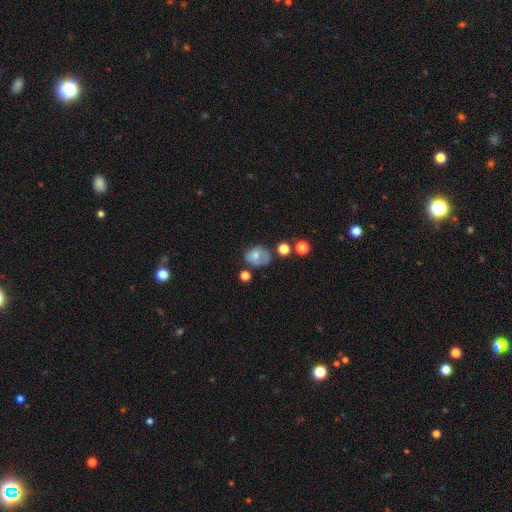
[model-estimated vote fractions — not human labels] Smooth or featured? Predicted: smooth (p=0.67). How rounded? Predicted: in between (p=0.55). Merging? Predicted: none (p=0.44).